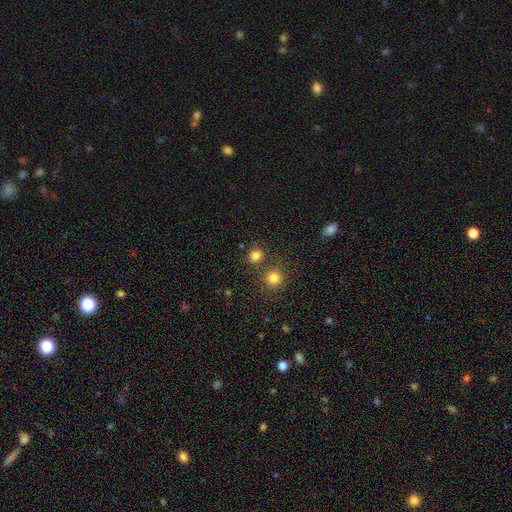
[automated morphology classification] Smooth or featured?
  - smooth: 80% *
  - star or artifact: 15%
  - featured or disk: 5%
How rounded?
  - round: 77% *
  - in between: 22%
  - cigar-shaped: 1%
Merging?
  - none: 73% *
  - merger: 15%
  - minor disturbance: 9%
  - major disturbance: 3%